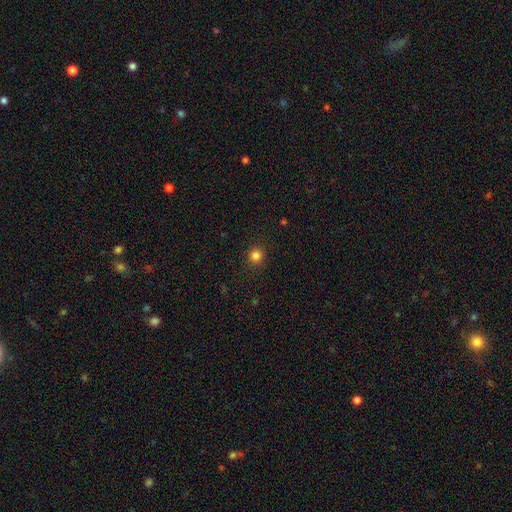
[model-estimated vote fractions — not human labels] Q: Smooth or featured?
A: smooth (83%); runner-up: star or artifact (13%)
Q: How rounded?
A: round (93%); runner-up: in between (6%)
Q: Merging?
A: none (92%); runner-up: minor disturbance (5%)